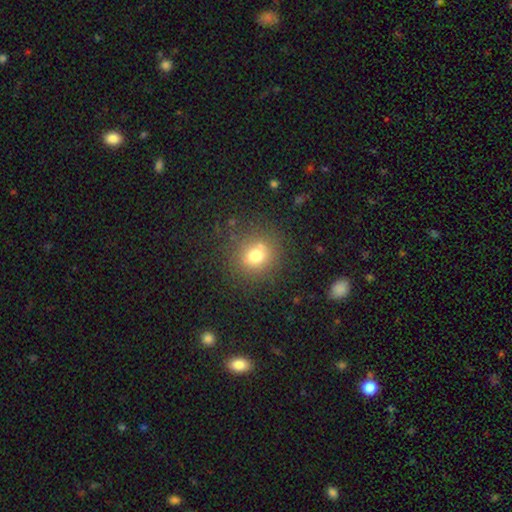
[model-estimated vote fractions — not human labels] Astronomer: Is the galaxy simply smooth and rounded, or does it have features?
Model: smooth — 72%.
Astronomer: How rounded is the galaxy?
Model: round — 83%.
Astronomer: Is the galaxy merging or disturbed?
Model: none — 77%.